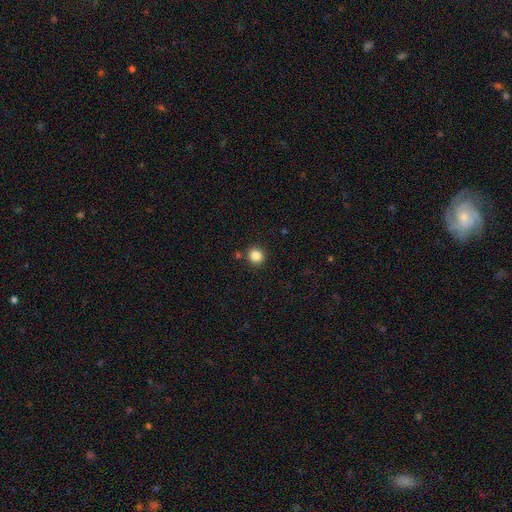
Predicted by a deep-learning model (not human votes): A smooth galaxy with no disk features (85%) that is round (92%).

Vote fractions:
- Smooth or featured? smooth: 85% / star or artifact: 11% / featured or disk: 4%
- How rounded? round: 92% / in between: 7% / cigar-shaped: 1%
- Merging? none: 88% / minor disturbance: 6% / merger: 4% / major disturbance: 2%